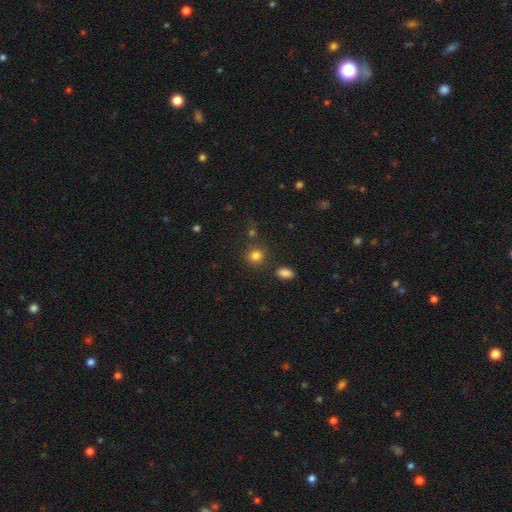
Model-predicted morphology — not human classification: Smooth or featured?
  - smooth: 83% *
  - star or artifact: 12%
  - featured or disk: 5%
How rounded?
  - round: 78% *
  - in between: 21%
  - cigar-shaped: 1%
Merging?
  - none: 81% *
  - minor disturbance: 9%
  - merger: 6%
  - major disturbance: 3%